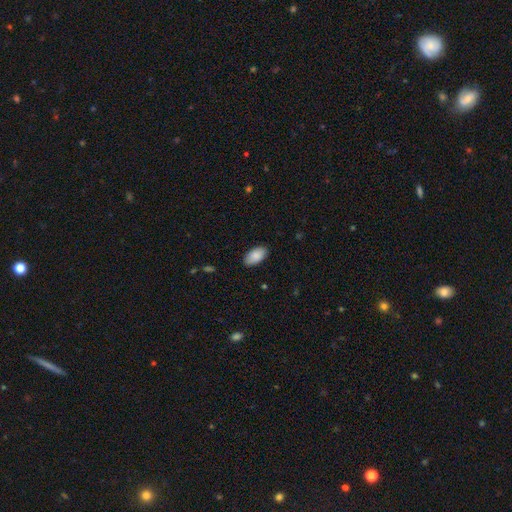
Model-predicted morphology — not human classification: type=smooth (89%); roundness=in between (96%); merging=none (87%).